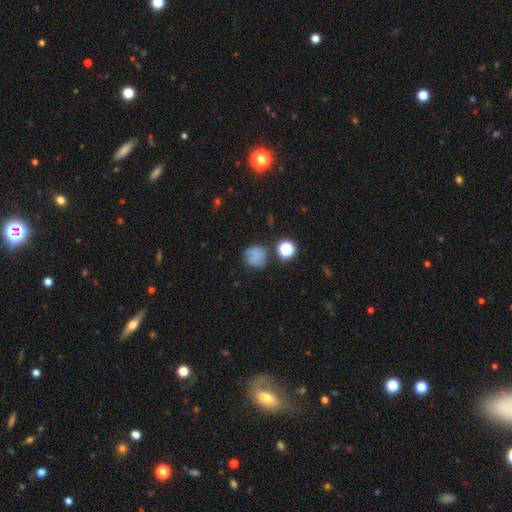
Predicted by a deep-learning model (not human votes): Smooth or featured? Predicted: smooth (p=0.72). How rounded? Predicted: round (p=0.86). Merging? Predicted: none (p=0.63).